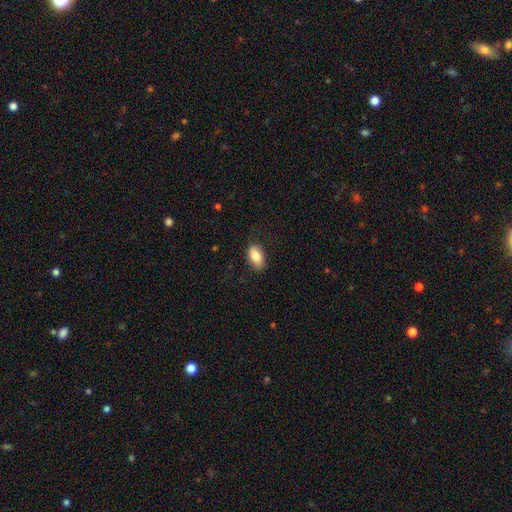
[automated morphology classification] Smooth or featured? Predicted: smooth (p=0.85). How rounded? Predicted: in between (p=0.91). Merging? Predicted: none (p=0.80).